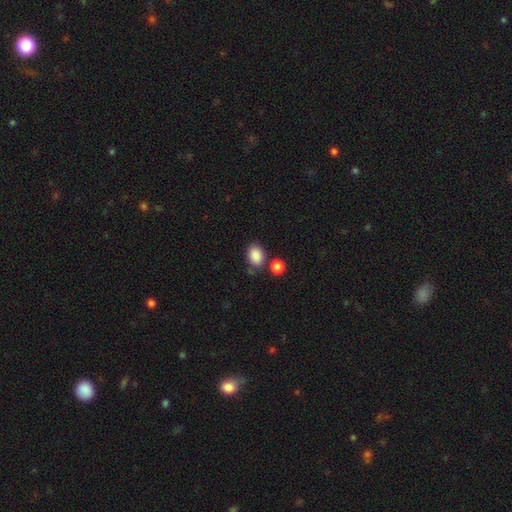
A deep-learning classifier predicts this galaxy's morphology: A smooth galaxy with no disk features (87%) that is in between round and cigar-shaped (69%).

Vote fractions:
- Smooth or featured? smooth: 87% / star or artifact: 9% / featured or disk: 4%
- How rounded? in between: 69% / round: 30% / cigar-shaped: 1%
- Merging? none: 70% / minor disturbance: 15% / merger: 12% / major disturbance: 4%